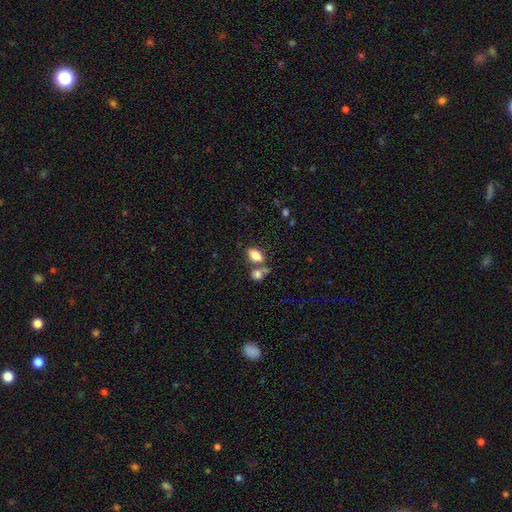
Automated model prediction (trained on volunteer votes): A smooth galaxy with no disk features (83%) that is in between round and cigar-shaped (88%).

Vote fractions:
- Smooth or featured? smooth: 83% / star or artifact: 9% / featured or disk: 8%
- How rounded? in between: 88% / round: 9% / cigar-shaped: 3%
- Merging? none: 55% / merger: 30% / minor disturbance: 11% / major disturbance: 4%